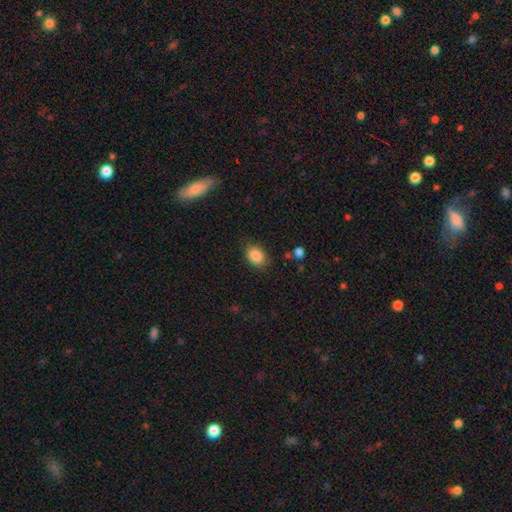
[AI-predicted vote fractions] This is clearly a smooth galaxy (87%). How rounded: likely in between (75%). Merging: clearly none (81%).